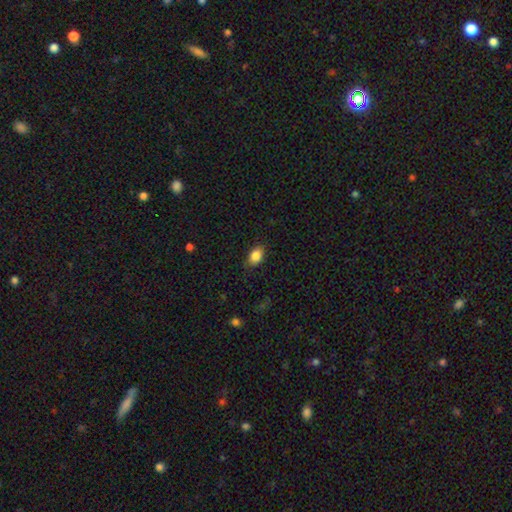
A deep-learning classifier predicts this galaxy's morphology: This appears to be a smooth galaxy with no disk features (86%) that is in between round and cigar-shaped (78%). Merging: none (83%).